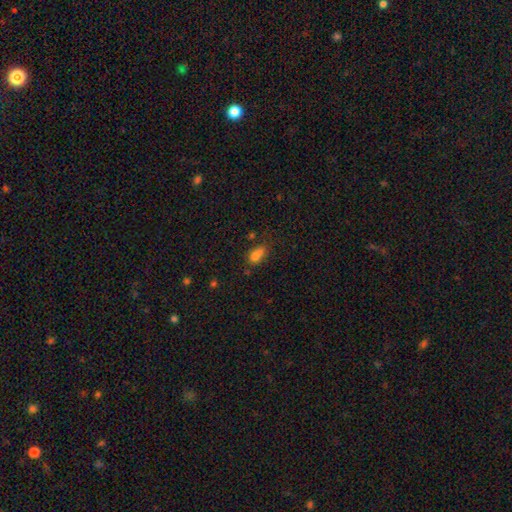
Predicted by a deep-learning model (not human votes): This is likely a smooth galaxy (75%). How rounded: likely in between (71%). Merging: marginally none (41%).